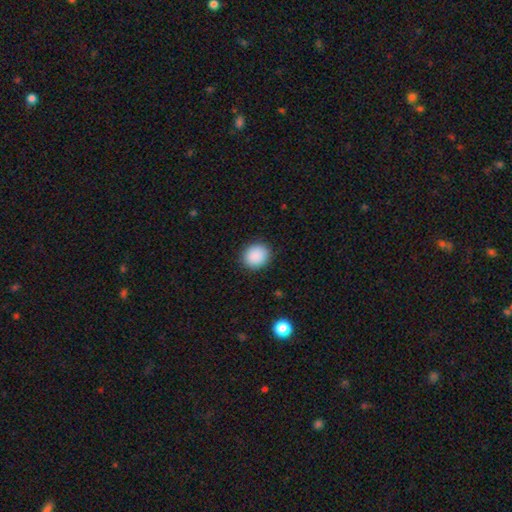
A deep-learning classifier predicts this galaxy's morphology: A smooth galaxy with no disk features (89%) that is round (70%). Merging: none (89%).